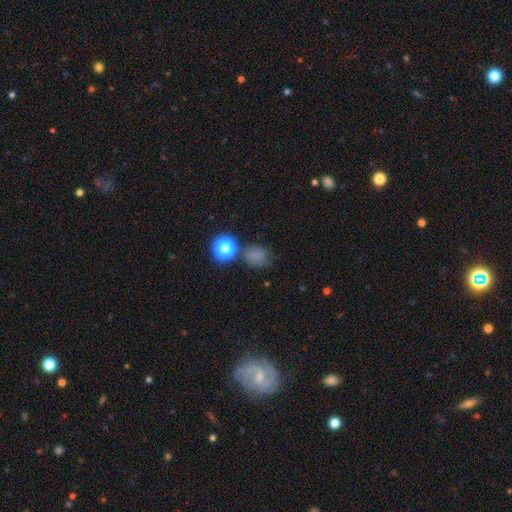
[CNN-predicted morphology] Smooth or featured? smooth (71%)
How rounded? round (66%)
Merging? none (67%)